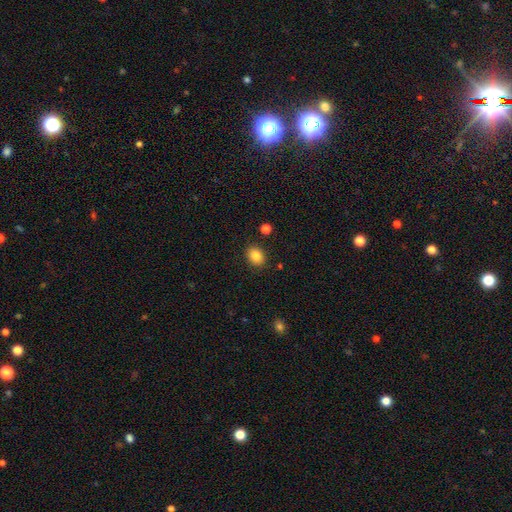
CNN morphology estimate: Smooth or featured? Predicted: smooth (p=0.86). How rounded? Predicted: in between (p=0.53). Merging? Predicted: none (p=0.87).